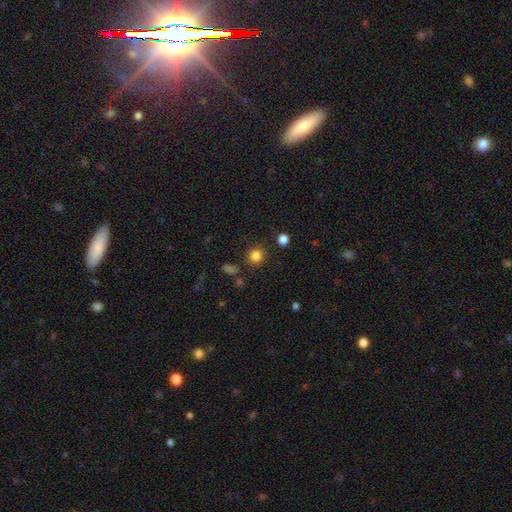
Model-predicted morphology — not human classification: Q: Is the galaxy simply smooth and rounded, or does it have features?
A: smooth — 83%.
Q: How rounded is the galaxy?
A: round — 90%.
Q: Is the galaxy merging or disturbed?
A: none — 86%.